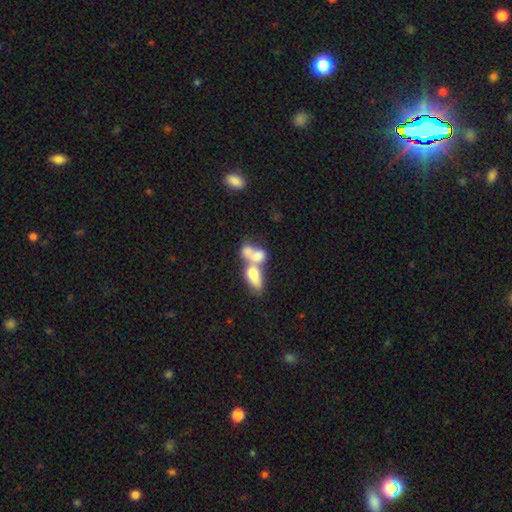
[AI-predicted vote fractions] The model was most divided on "smooth or featured": smooth: 64%, featured or disk: 27%, star or artifact: 9%. More confident: how rounded — in between (78%); merging — merger (78%).